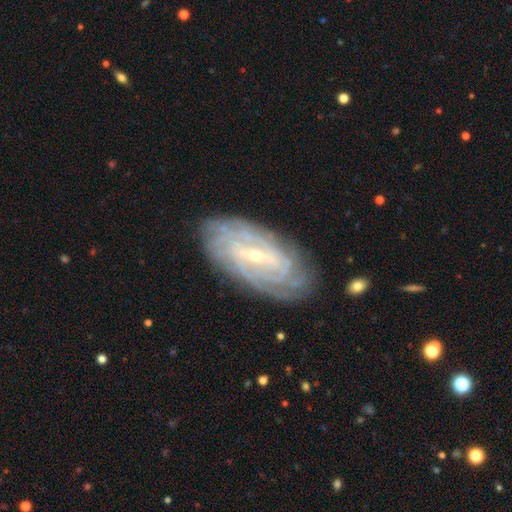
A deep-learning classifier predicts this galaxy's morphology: A featured or disk galaxy (86%) with a weak bar (43%), tight (79%) spiral arms (95%) and a small central bulge (71%). Merging: none (82%).